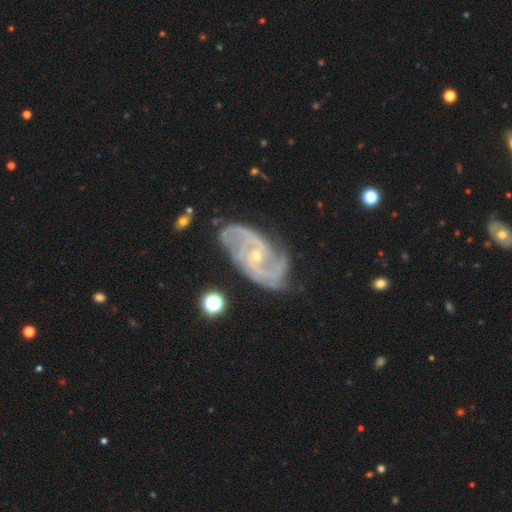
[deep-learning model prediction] featured or disk 91%, star or artifact 5%, smooth 4%. Down the decision tree: edge-on disk — no (96%); bar — no (62%); spiral arms — yes (98%); spiral arm count — 2 (48%); spiral winding — medium (46%); bulge size — small (75%); merging — none (72%).